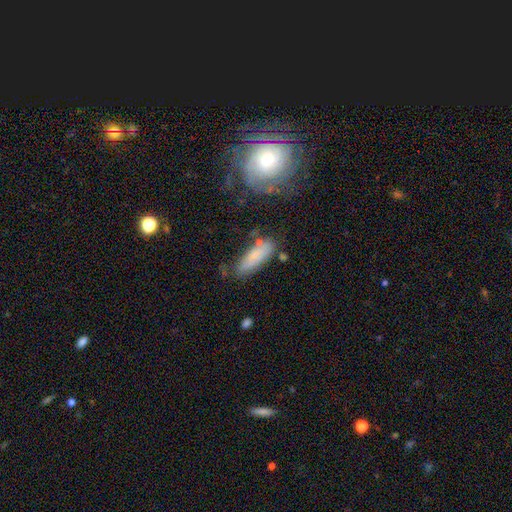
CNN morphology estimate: Smooth or featured?
  - smooth: 74% *
  - featured or disk: 18%
  - star or artifact: 8%
How rounded?
  - in between: 57% *
  - cigar-shaped: 41%
  - round: 2%
Merging?
  - none: 61% *
  - minor disturbance: 23%
  - major disturbance: 9%
  - merger: 7%